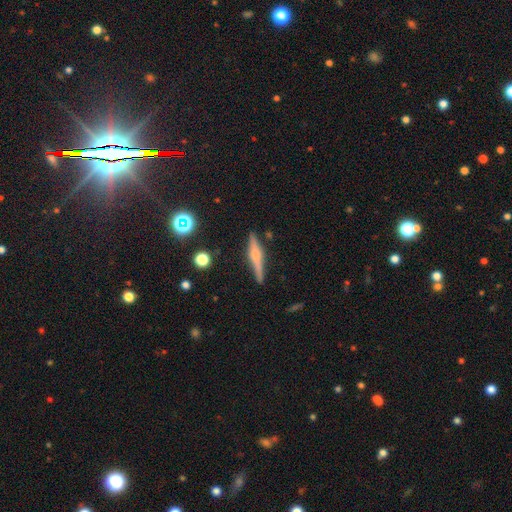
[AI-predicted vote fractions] featured or disk 64%, smooth 28%, star or artifact 8%. Down the decision tree: edge-on disk — yes (97%); edge-on bulge — rounded (69%); merging — none (87%).